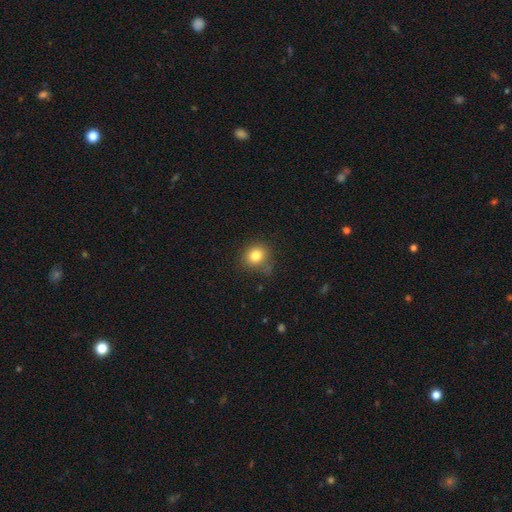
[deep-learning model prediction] Q: Smooth or featured?
A: smooth (81%); runner-up: star or artifact (12%)
Q: How rounded?
A: round (77%); runner-up: in between (22%)
Q: Merging?
A: none (71%); runner-up: minor disturbance (20%)